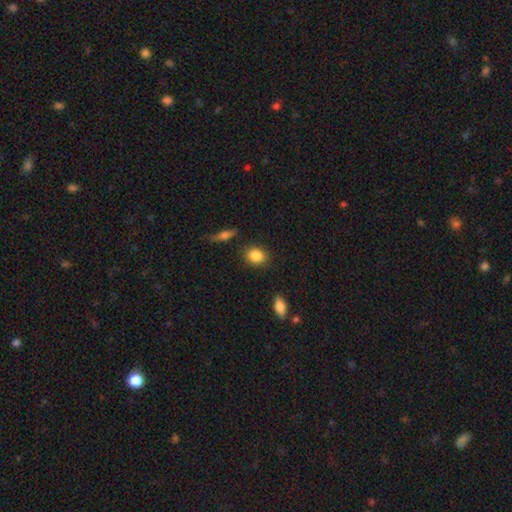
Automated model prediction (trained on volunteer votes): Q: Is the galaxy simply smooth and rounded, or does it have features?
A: smooth — 87%.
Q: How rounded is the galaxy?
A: round — 51%.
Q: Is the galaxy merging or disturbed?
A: none — 84%.